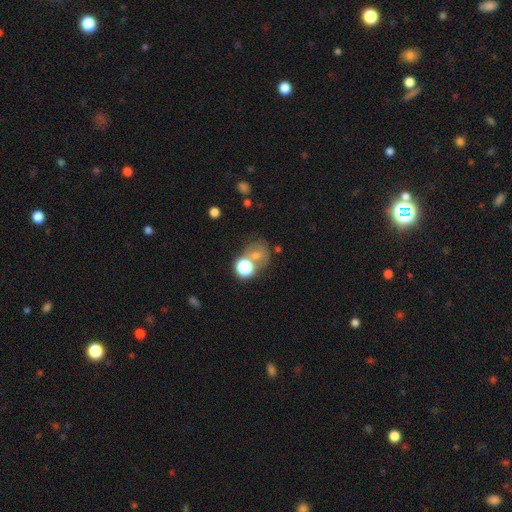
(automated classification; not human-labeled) Q: Smooth or featured?
A: smooth (56%); runner-up: star or artifact (25%)
Q: How rounded?
A: round (70%); runner-up: in between (29%)
Q: Merging?
A: none (46%); runner-up: merger (26%)